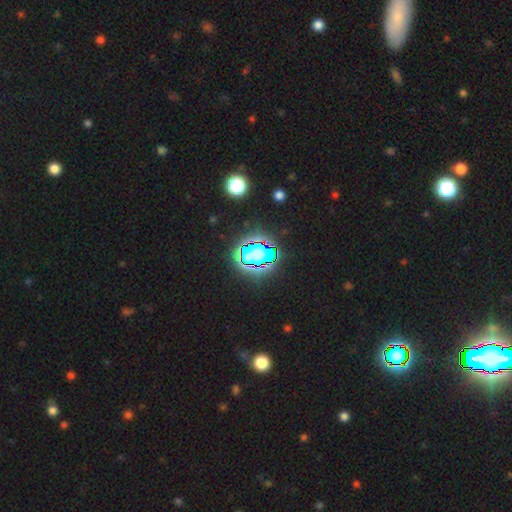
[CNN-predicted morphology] Smooth or featured: star or artifact — 65% (smooth — 21%)